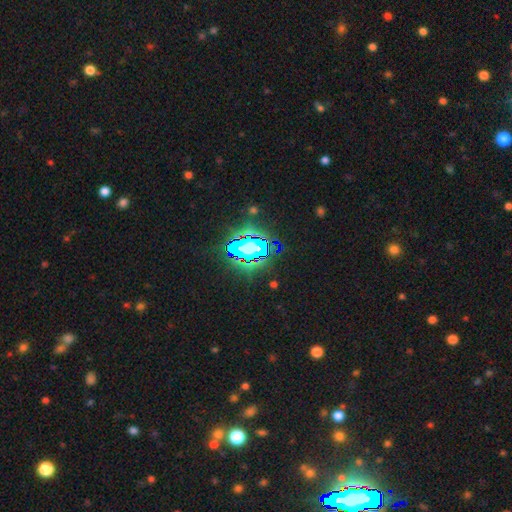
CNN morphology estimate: A star or artifact, not a galaxy (83%).

Vote fractions:
- Smooth or featured? star or artifact: 83% / smooth: 10% / featured or disk: 7%